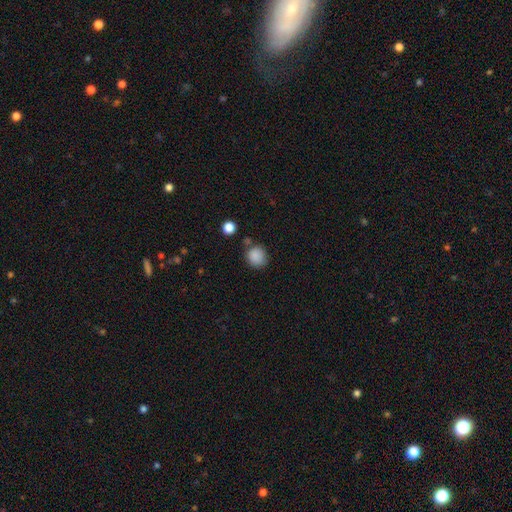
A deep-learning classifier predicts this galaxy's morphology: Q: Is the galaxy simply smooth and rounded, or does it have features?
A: smooth — 86%.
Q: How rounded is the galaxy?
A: round — 85%.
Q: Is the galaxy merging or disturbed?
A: none — 76%.